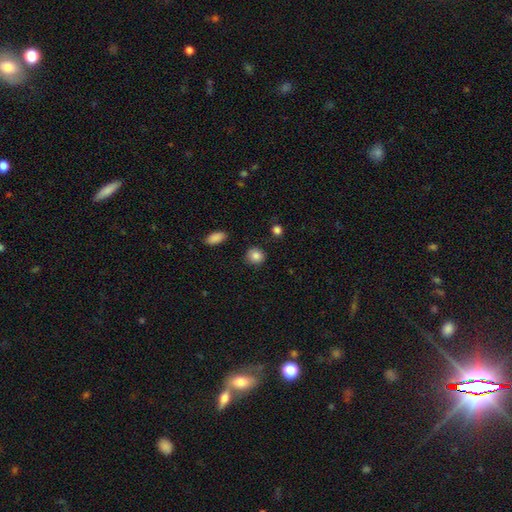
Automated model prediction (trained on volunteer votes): Morphology: type=smooth (86%); roundness=round (82%); merging=none (87%).